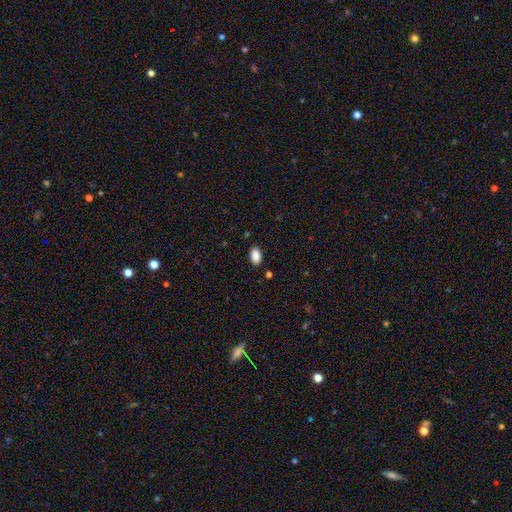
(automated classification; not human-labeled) Overall: smooth (89%). How rounded: in between (92%). Merging: none (87%).